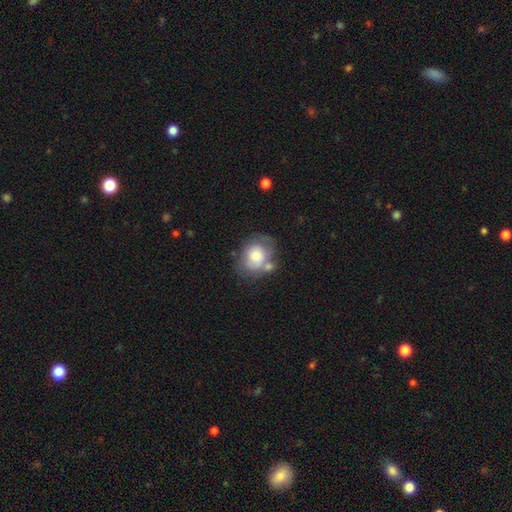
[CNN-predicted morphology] The model was most divided on "how rounded": round: 57%, in between: 42%, cigar-shaped: 1%. Remaining: smooth or featured — smooth (62%); merging — none (45%).